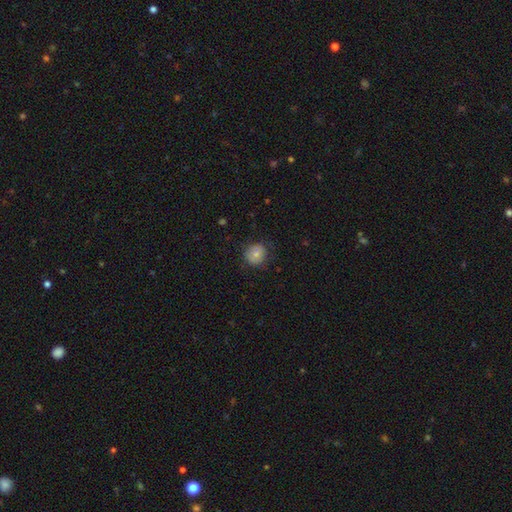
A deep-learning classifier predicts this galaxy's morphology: Smooth or featured?
  - smooth: 69% *
  - featured or disk: 19%
  - star or artifact: 12%
How rounded?
  - round: 86% *
  - in between: 13%
  - cigar-shaped: 1%
Merging?
  - none: 79% *
  - minor disturbance: 15%
  - major disturbance: 5%
  - merger: 1%